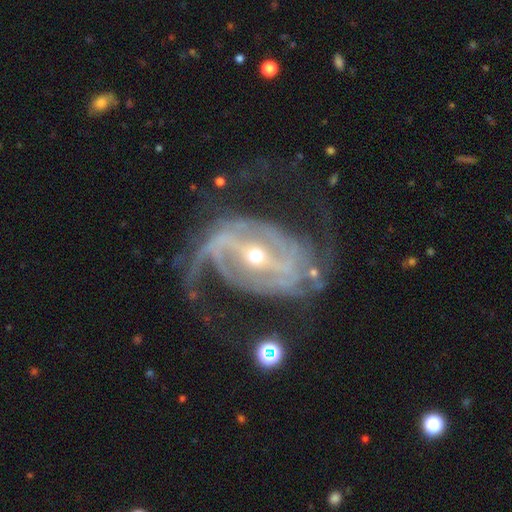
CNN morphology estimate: type=featured or disk (91%); edge-on=no (96%); bar=strong (66%); spiral arms=yes (96%); winding=medium (45%); arm count=2 (67%); bulge=small (56%); merging=none (52%).